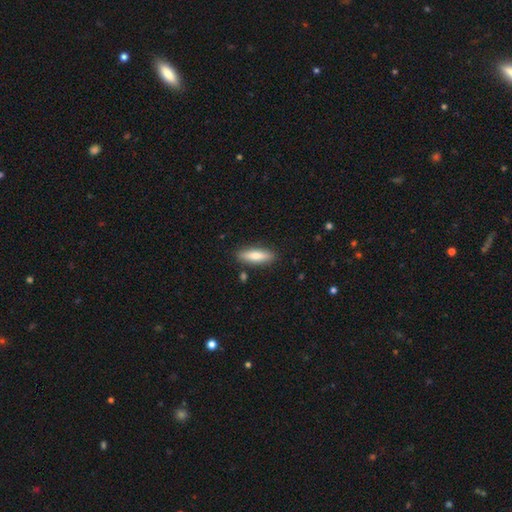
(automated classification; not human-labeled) smooth 74%, featured or disk 20%, star or artifact 6%. Down the decision tree: how rounded — cigar-shaped (54%); merging — none (86%).